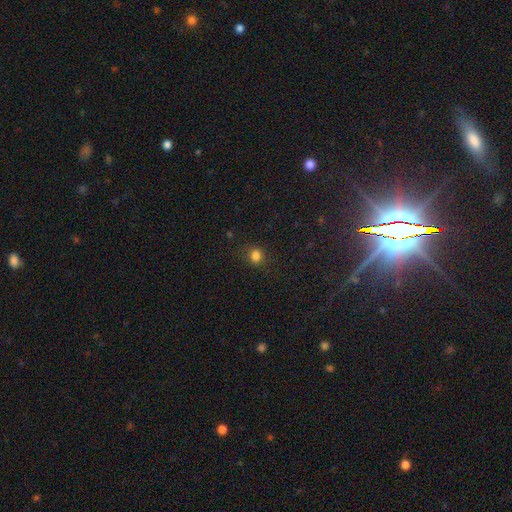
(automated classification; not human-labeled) smooth 81%, star or artifact 15%, featured or disk 4%. Down the decision tree: how rounded — round (74%); merging — none (84%).